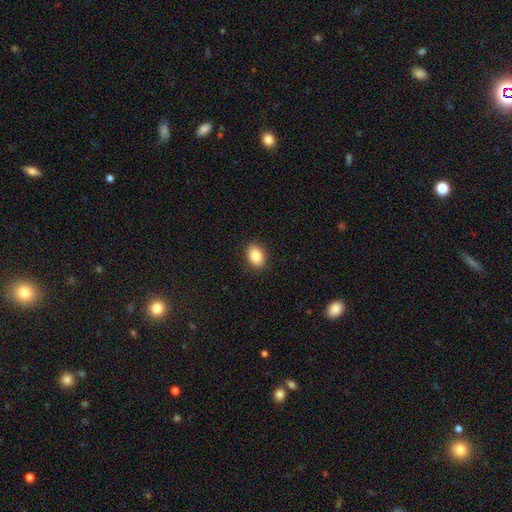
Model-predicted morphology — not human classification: Smooth or featured: smooth — 85% (star or artifact — 8%)
How rounded: in between — 73% (round — 26%)
Merging: none — 90% (minor disturbance — 8%)